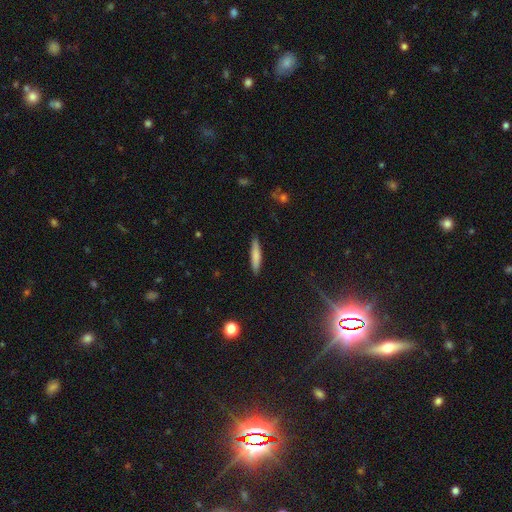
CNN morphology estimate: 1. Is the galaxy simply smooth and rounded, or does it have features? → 77% smooth, 17% featured or disk, 6% star or artifact.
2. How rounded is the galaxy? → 89% cigar-shaped, 10% in between, 1% round.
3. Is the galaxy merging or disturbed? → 88% none, 9% minor disturbance, 2% major disturbance, 1% merger.